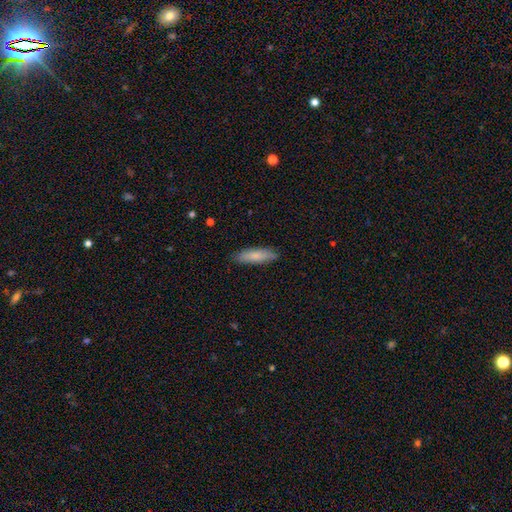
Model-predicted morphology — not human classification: Smooth or featured: smooth — 80% (featured or disk — 14%)
How rounded: cigar-shaped — 62% (in between — 36%)
Merging: none — 87% (minor disturbance — 10%)